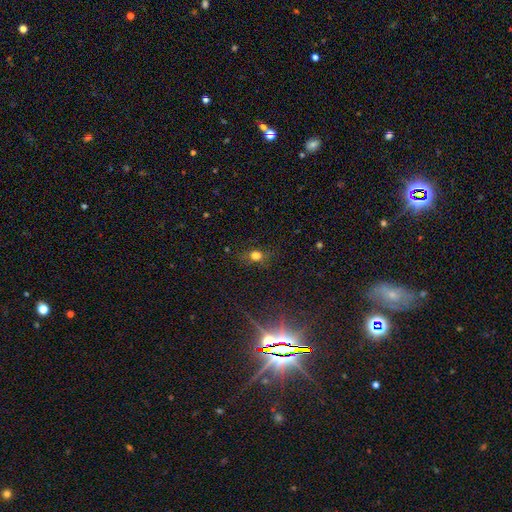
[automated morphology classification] The model was most divided on "how rounded": round: 50%, in between: 46%, cigar-shaped: 4%. More confident: merging — none (74%); smooth or featured — smooth (66%).